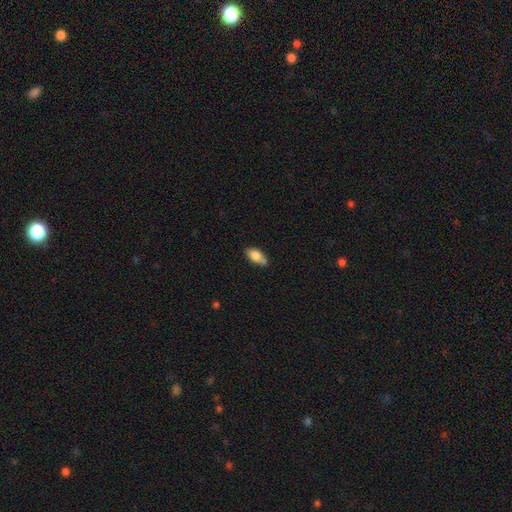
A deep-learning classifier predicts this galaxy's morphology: smooth_or_featured: smooth (p=0.77) [alt: featured or disk p=0.15]
how_rounded: in between (p=0.88) [alt: cigar-shaped p=0.07]
merging: none (p=0.60) [alt: minor disturbance p=0.23]